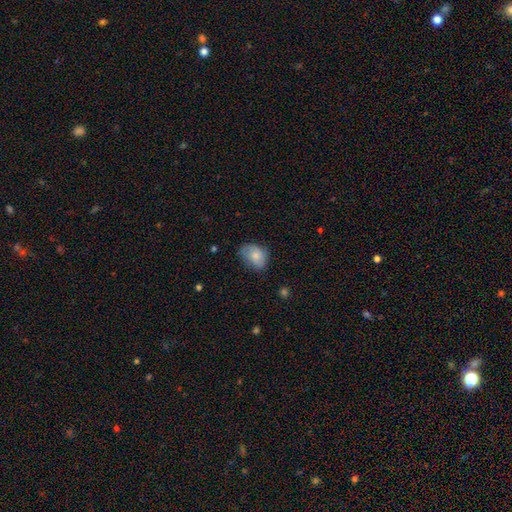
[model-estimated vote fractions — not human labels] Smooth or featured?
  - smooth: 75% *
  - featured or disk: 18%
  - star or artifact: 8%
How rounded?
  - in between: 68% *
  - round: 30%
  - cigar-shaped: 1%
Merging?
  - none: 56% *
  - minor disturbance: 33%
  - major disturbance: 9%
  - merger: 1%